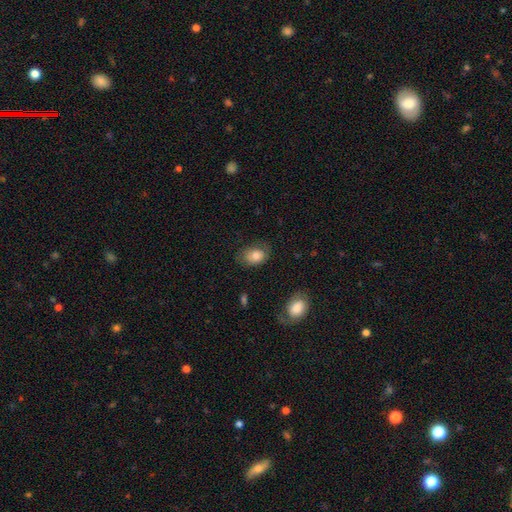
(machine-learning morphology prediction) This appears to be a smooth galaxy with no disk features (77%) that is in between round and cigar-shaped (79%). Merging: none (67%).